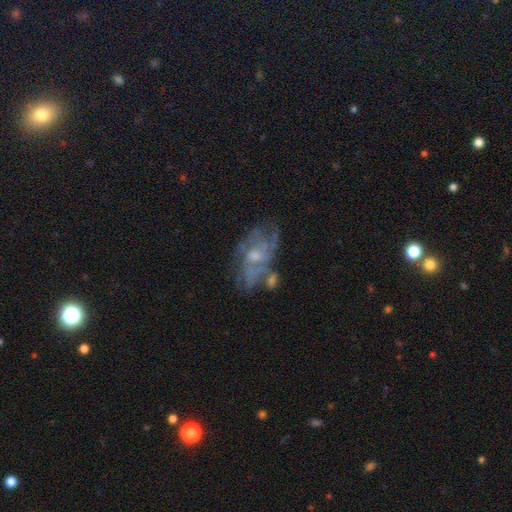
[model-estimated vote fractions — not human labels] featured or disk 76%, smooth 15%, star or artifact 9%. Down the decision tree: edge-on disk — no (96%); bar — no (64%); spiral arms — yes (75%); spiral arm count — can't tell (44%); spiral winding — medium (44%); bulge size — moderate (47%); merging — none (47%).